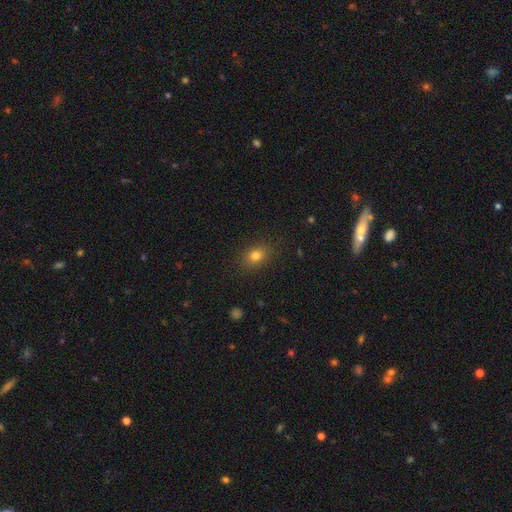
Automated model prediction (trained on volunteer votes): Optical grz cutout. It shows a smooth galaxy with no disk features (79%) that is in between round and cigar-shaped (66%). Merging: none (86%).